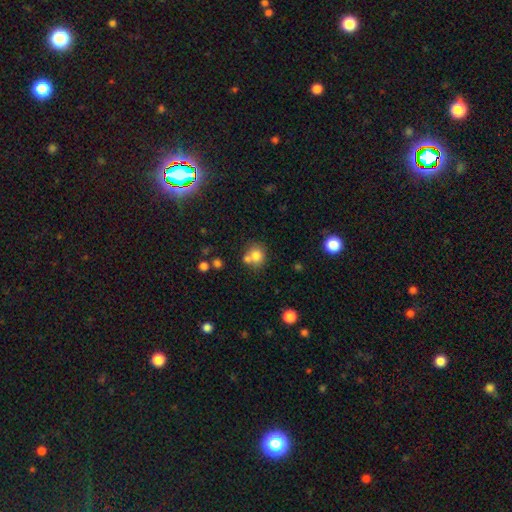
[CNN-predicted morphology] The model was most divided on "merging": none: 52%, merger: 34%, minor disturbance: 10%, major disturbance: 4%. More confident: how rounded — round (83%); smooth or featured — smooth (78%).